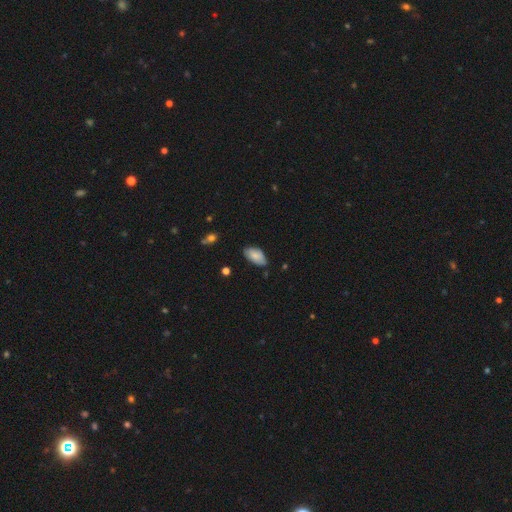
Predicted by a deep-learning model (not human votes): smooth-or-featured: smooth: 82% | featured or disk: 12% | star or artifact: 7%
  how-rounded: in between: 95% | round: 3% | cigar-shaped: 2%
  merging: none: 72% | minor disturbance: 24% | major disturbance: 3% | merger: 2%